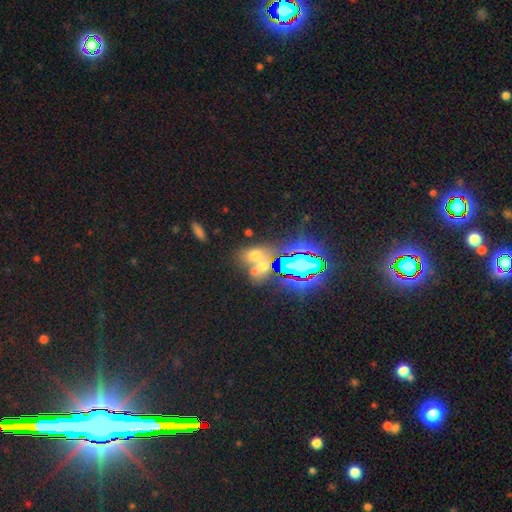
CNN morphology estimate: Smooth or featured? Predicted: smooth (p=0.48). Merging? Predicted: none (p=0.44).